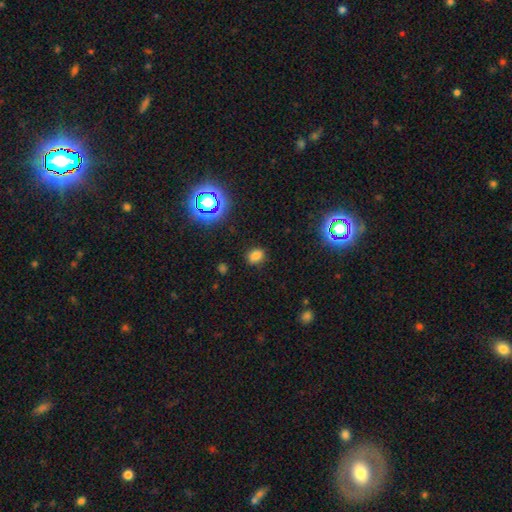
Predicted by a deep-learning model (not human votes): smooth_or_featured: smooth (p=0.74) [alt: star or artifact p=0.20]
how_rounded: in between (p=0.56) [alt: round p=0.43]
merging: none (p=0.85) [alt: minor disturbance p=0.11]